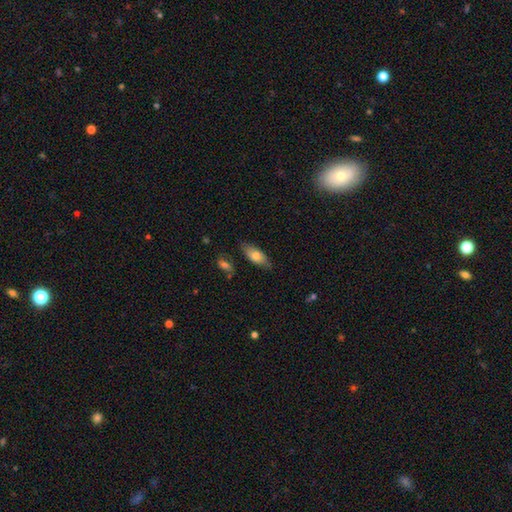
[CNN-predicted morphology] Q: Smooth or featured?
A: smooth (70%); runner-up: featured or disk (23%)
Q: How rounded?
A: in between (82%); runner-up: cigar-shaped (15%)
Q: Merging?
A: none (77%); runner-up: minor disturbance (17%)